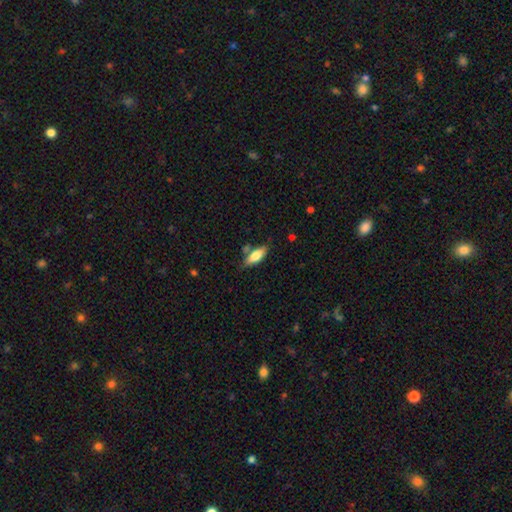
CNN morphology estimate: smooth_or_featured: smooth (p=0.75) [alt: featured or disk p=0.19]
how_rounded: in between (p=0.72) [alt: cigar-shaped p=0.26]
merging: none (p=0.72) [alt: minor disturbance p=0.16]